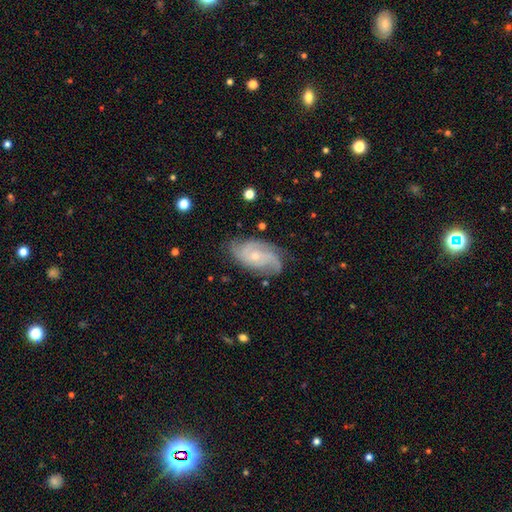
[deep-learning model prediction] featured or disk 84%, smooth 10%, star or artifact 6%. Down the decision tree: edge-on disk — no (96%); bar — no (73%); spiral arms — yes (96%); spiral arm count — 3 (34%); spiral winding — tight (47%); bulge size — small (69%); merging — none (74%).